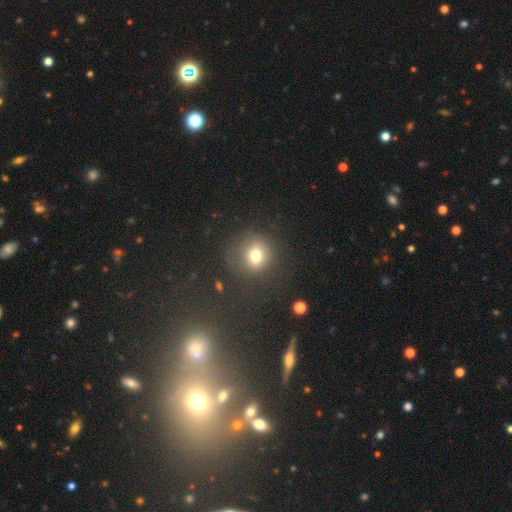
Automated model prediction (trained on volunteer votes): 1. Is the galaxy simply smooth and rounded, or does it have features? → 74% smooth, 15% star or artifact, 11% featured or disk.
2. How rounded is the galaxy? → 84% round, 15% in between, 1% cigar-shaped.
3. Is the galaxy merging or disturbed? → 75% none, 13% minor disturbance, 9% major disturbance, 3% merger.